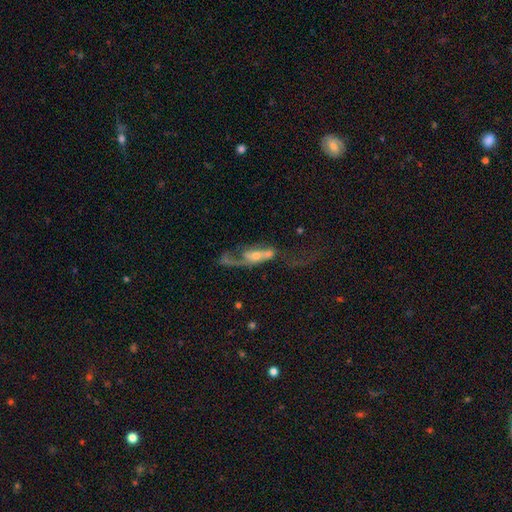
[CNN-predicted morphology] type=featured or disk (66%); edge-on=no (84%); bar=no (61%); spiral arms=yes (65%); bulge=moderate (50%); merging=major disturbance (40%).